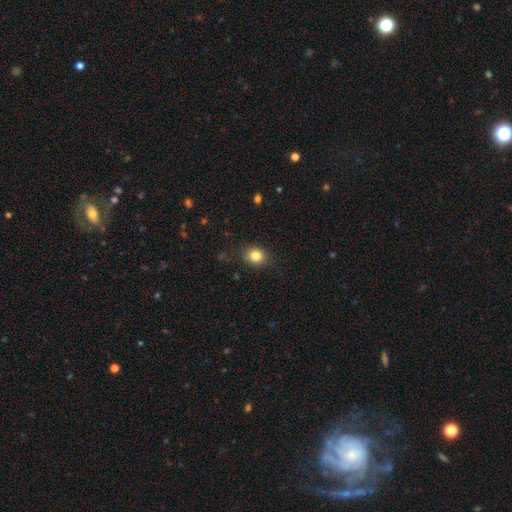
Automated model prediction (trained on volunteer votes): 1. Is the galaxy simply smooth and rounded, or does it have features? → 83% smooth, 11% star or artifact, 6% featured or disk.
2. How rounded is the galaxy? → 67% round, 32% in between, 1% cigar-shaped.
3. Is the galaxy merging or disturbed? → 84% none, 12% minor disturbance, 3% major disturbance, 1% merger.